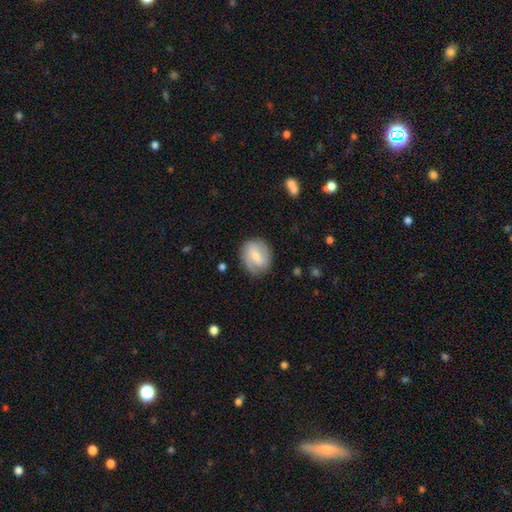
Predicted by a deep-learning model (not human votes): Smooth or featured?
  - featured or disk: 50% *
  - smooth: 44%
  - star or artifact: 6%
Merging?
  - none: 78% *
  - minor disturbance: 15%
  - major disturbance: 5%
  - merger: 1%